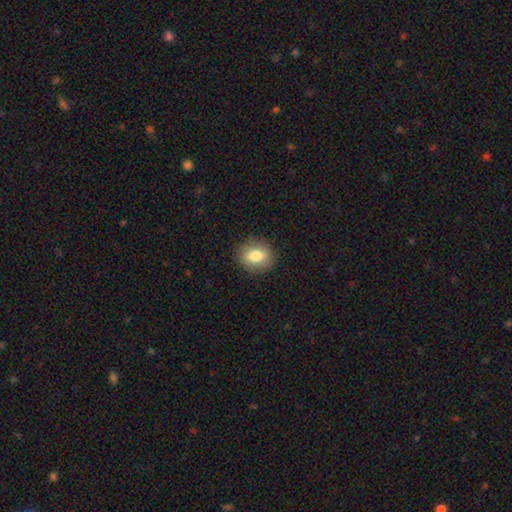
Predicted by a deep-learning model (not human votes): Smooth or featured? Predicted: smooth (p=0.82). How rounded? Predicted: round (p=0.63). Merging? Predicted: none (p=0.89).